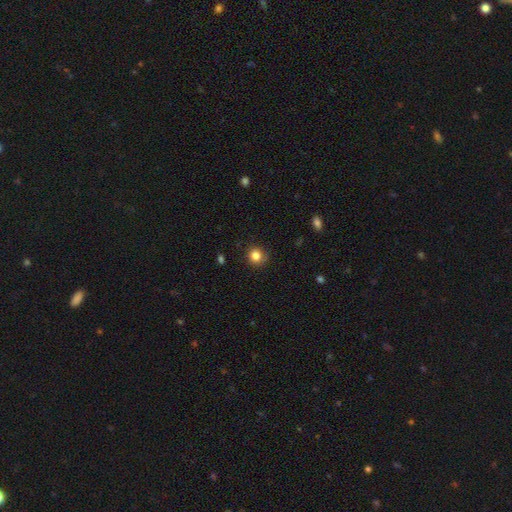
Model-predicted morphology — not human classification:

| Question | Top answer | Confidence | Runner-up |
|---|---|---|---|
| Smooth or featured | smooth | 83% | star or artifact (12%) |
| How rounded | round | 90% | in between (9%) |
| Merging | none | 86% | minor disturbance (11%) |